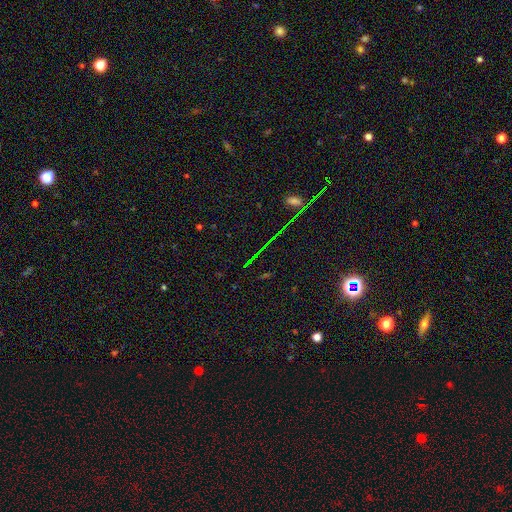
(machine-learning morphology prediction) Smooth or featured?
  - star or artifact: 75% *
  - featured or disk: 14%
  - smooth: 11%